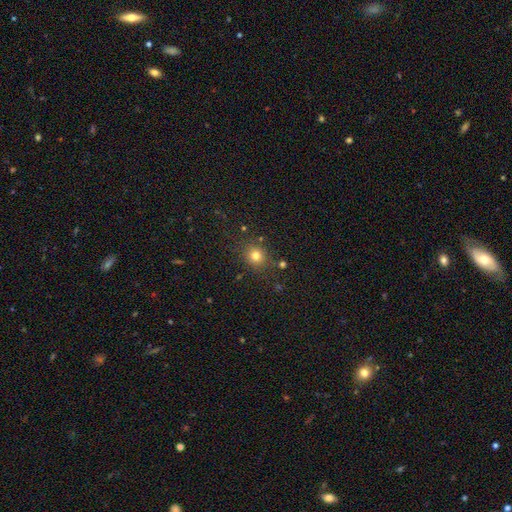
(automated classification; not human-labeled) The model was most divided on "smooth or featured": smooth: 76%, star or artifact: 16%, featured or disk: 7%. More confident: how rounded — round (84%); merging — none (82%).